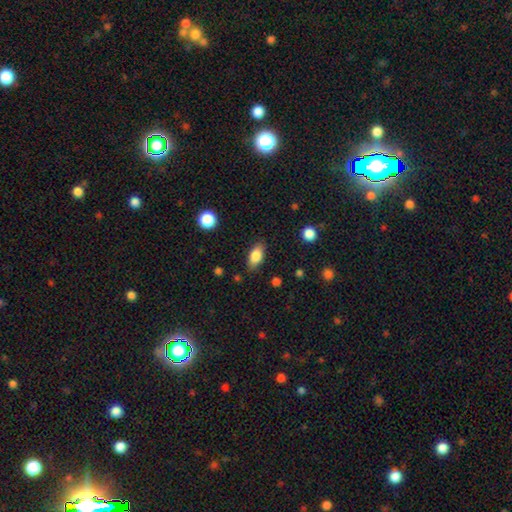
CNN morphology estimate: The model was most divided on "merging": none: 84%, minor disturbance: 12%, major disturbance: 3%, merger: 1%. More confident: how rounded — in between (86%); smooth or featured — smooth (83%).